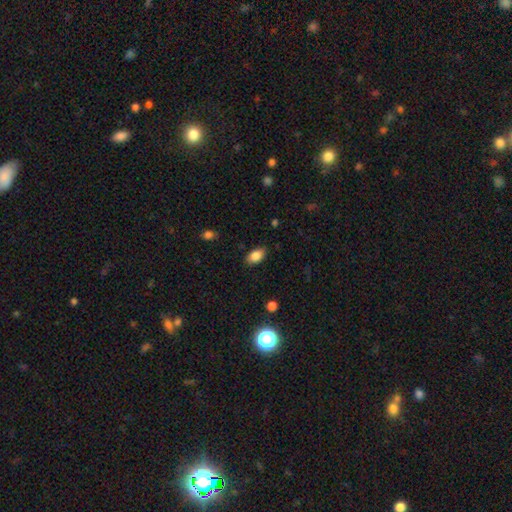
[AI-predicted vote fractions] Smooth or featured?
  - smooth: 86% *
  - star or artifact: 8%
  - featured or disk: 6%
How rounded?
  - in between: 91% *
  - round: 7%
  - cigar-shaped: 2%
Merging?
  - none: 85% *
  - minor disturbance: 11%
  - major disturbance: 3%
  - merger: 1%